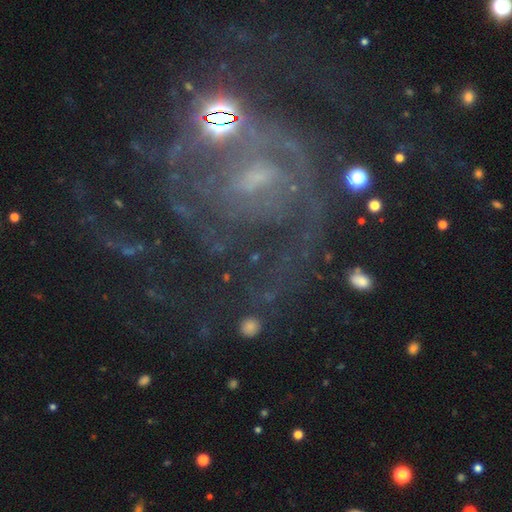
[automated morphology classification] Q: Smooth or featured?
A: featured or disk (81%); runner-up: star or artifact (12%)
Q: Edge-on disk?
A: no (97%); runner-up: yes (3%)
Q: Bar?
A: weak (47%); runner-up: no (34%)
Q: Spiral arms?
A: yes (90%); runner-up: no (10%)
Q: Spiral winding?
A: medium (42%); runner-up: tight (40%)
Q: Spiral arm count?
A: 2 (38%); runner-up: can't tell (29%)
Q: Bulge size?
A: small (55%); runner-up: moderate (23%)
Q: Merging?
A: none (50%); runner-up: major disturbance (26%)